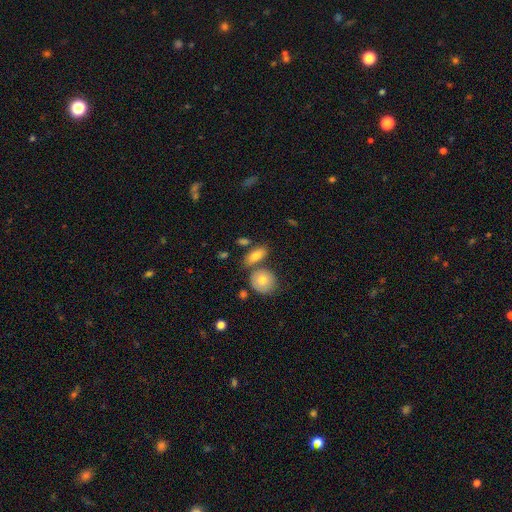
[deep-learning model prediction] This is likely a smooth galaxy (79%). How rounded: likely in between (76%). Merging: likely none (64%).